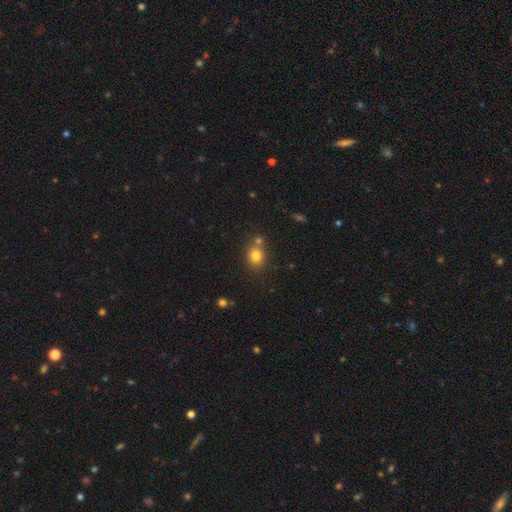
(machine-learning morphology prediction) This is clearly a smooth galaxy (81%). How rounded: likely round (62%). Merging: likely none (65%).